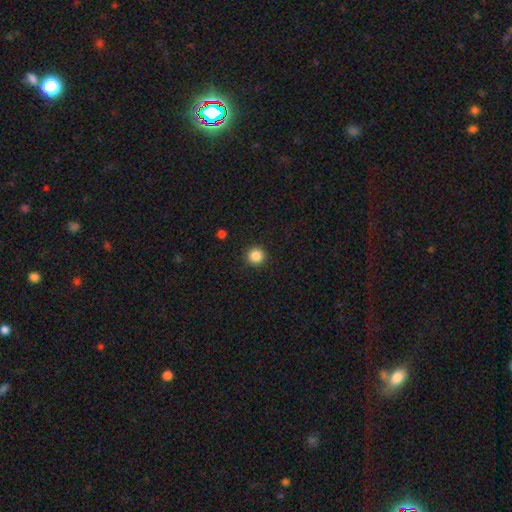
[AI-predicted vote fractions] This is clearly a smooth galaxy (87%). How rounded: clearly round (96%). Merging: clearly none (93%).